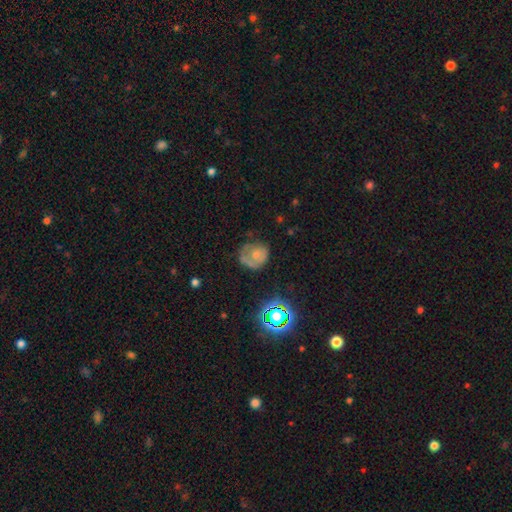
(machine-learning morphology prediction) Overall: smooth (48%; featured or disk 37%). Merging: none (45%; minor disturbance 27%).